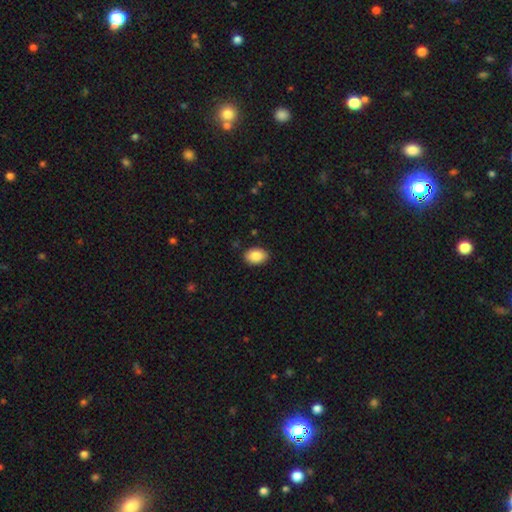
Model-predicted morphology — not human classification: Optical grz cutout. It shows a smooth galaxy with no disk features (87%) that is in between round and cigar-shaped (85%). Merging: none (89%).